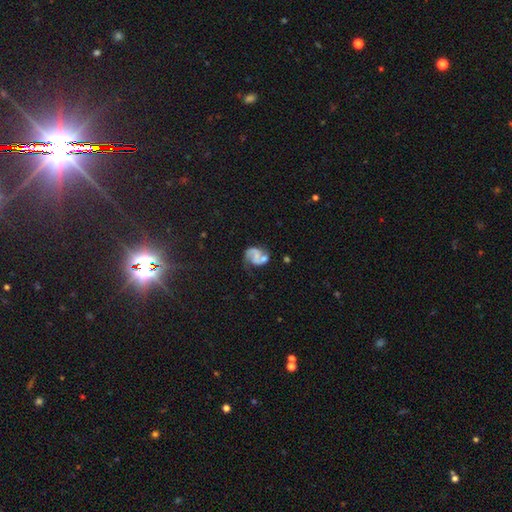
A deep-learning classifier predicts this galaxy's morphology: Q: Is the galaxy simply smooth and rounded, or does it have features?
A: featured or disk — 67%.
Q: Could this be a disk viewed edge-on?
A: no — 98%.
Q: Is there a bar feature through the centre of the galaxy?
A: no — 60%.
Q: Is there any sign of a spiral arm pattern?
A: yes — 84%.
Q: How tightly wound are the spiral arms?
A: medium — 42%.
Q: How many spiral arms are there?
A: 2 — 71%.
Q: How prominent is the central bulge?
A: none — 44%.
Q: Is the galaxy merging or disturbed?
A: none — 35%.